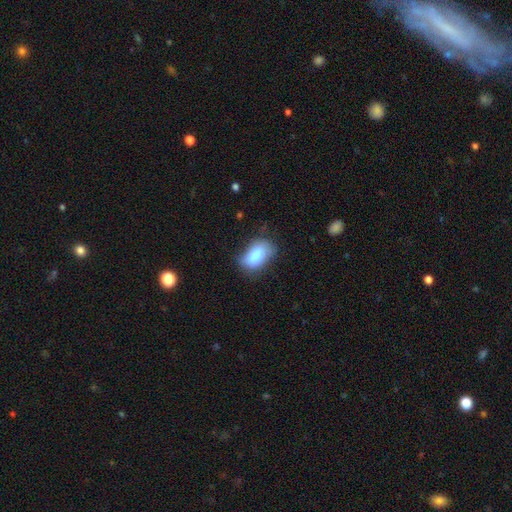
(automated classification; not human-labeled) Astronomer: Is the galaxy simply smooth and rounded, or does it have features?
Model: smooth — 79%.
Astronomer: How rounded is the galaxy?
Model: in between — 90%.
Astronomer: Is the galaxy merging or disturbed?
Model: none — 60%.